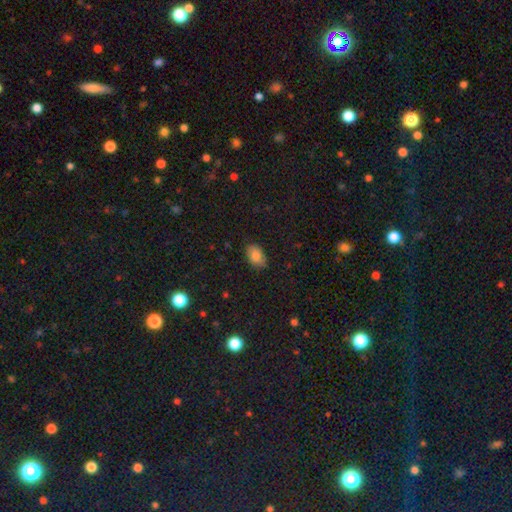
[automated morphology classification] smooth 81%, featured or disk 11%, star or artifact 8%. Down the decision tree: how rounded — in between (89%); merging — none (82%).